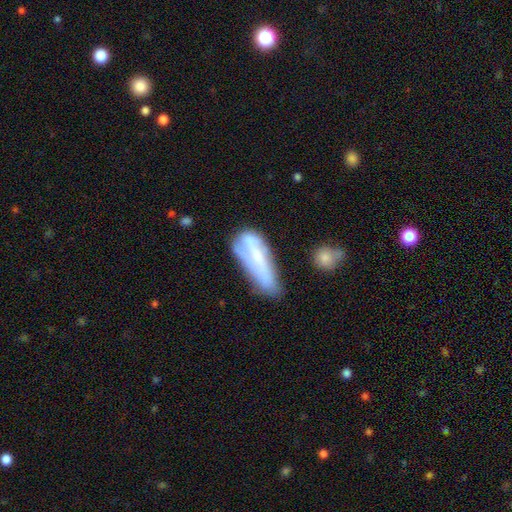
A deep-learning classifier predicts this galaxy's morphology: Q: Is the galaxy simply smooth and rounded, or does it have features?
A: smooth — 47%.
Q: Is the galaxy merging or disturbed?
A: none — 40%.